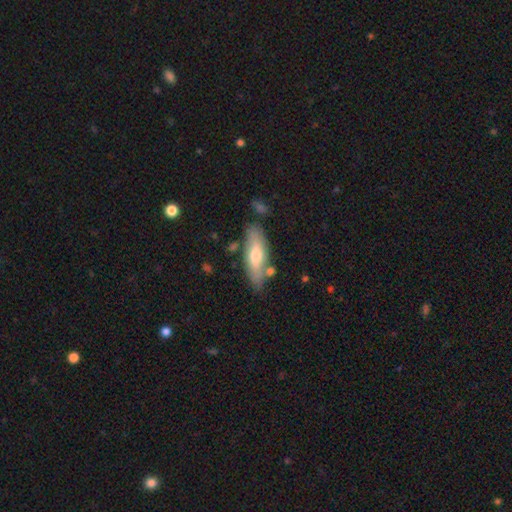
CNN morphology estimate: Smooth or featured? Predicted: smooth (p=0.54). How rounded? Predicted: in between (p=0.52). Merging? Predicted: none (p=0.74).